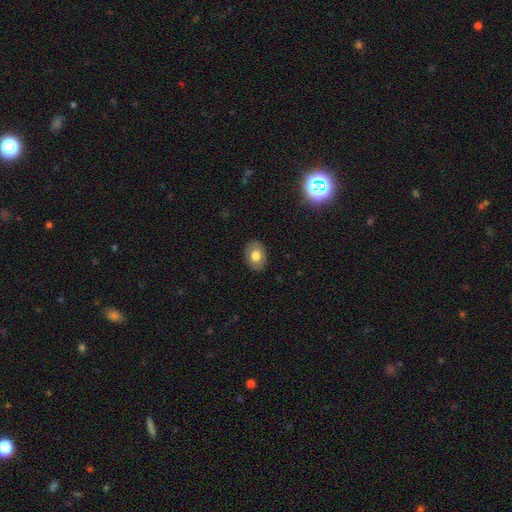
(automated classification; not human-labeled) Overall: smooth (74%). How rounded: in between (74%). Merging: none (87%).